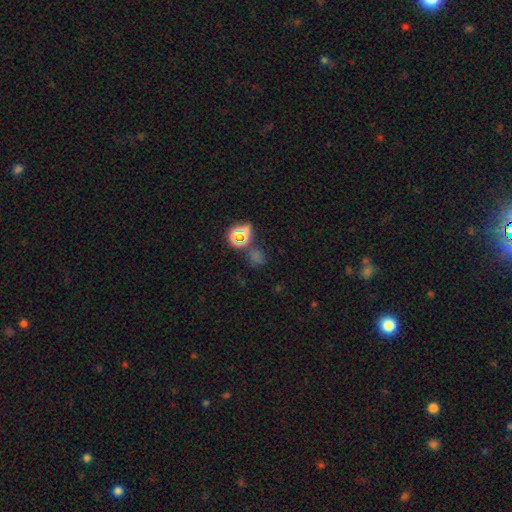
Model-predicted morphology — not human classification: smooth_or_featured: star or artifact (p=0.52) [alt: smooth p=0.40]